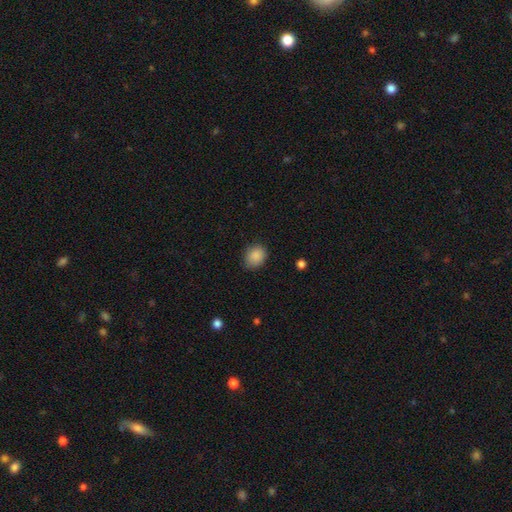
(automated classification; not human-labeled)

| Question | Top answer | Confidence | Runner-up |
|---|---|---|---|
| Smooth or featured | smooth | 88% | star or artifact (9%) |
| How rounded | round | 50% | in between (49%) |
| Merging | none | 80% | minor disturbance (15%) |